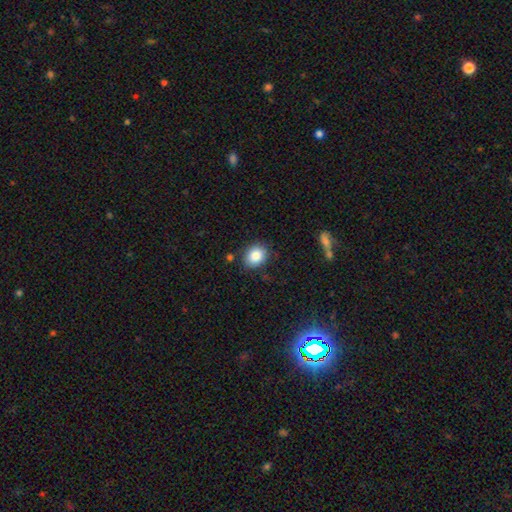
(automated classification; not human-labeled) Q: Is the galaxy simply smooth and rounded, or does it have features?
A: smooth — 84%.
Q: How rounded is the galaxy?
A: round — 51%.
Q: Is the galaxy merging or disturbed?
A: none — 83%.